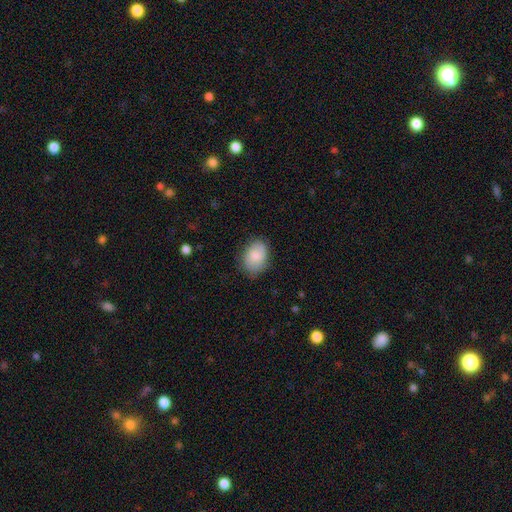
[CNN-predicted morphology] Smooth or featured? Predicted: smooth (p=0.80). How rounded? Predicted: in between (p=0.78). Merging? Predicted: none (p=0.77).